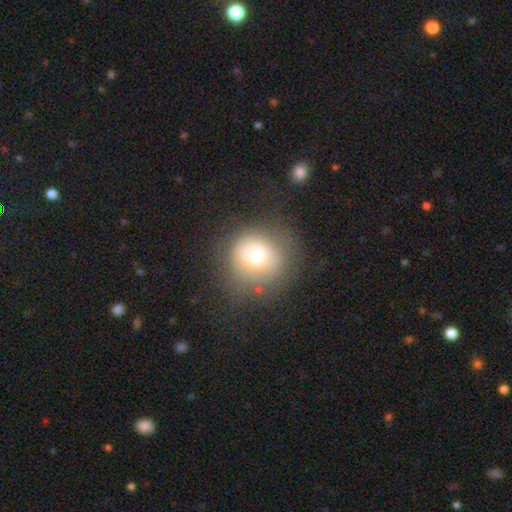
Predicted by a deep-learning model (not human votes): The model was most divided on "merging": none: 65%, minor disturbance: 19%, major disturbance: 13%, merger: 3%. More confident: how rounded — round (89%); smooth or featured — smooth (68%).